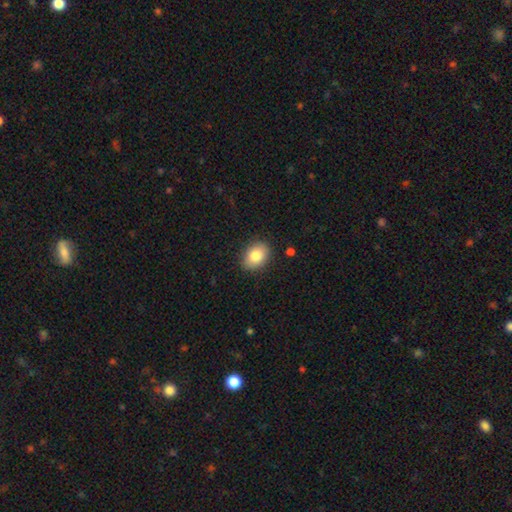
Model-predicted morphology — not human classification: This appears to be a smooth galaxy with no disk features (83%) that is in between round and cigar-shaped (70%). Merging: none (87%).